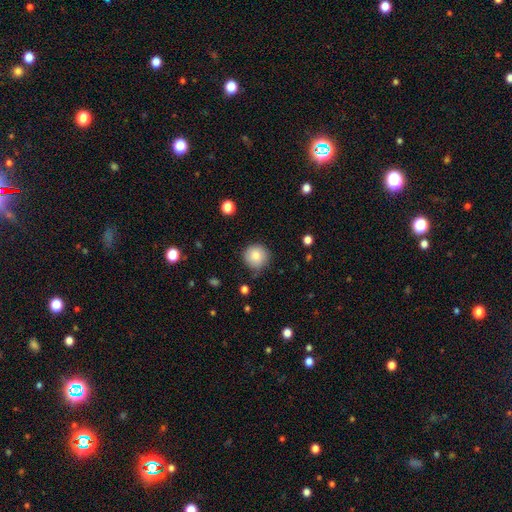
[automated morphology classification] smooth-or-featured: smooth: 82% | featured or disk: 9% | star or artifact: 8%
  how-rounded: round: 93% | in between: 6% | cigar-shaped: 1%
  merging: none: 80% | minor disturbance: 15% | major disturbance: 3% | merger: 2%